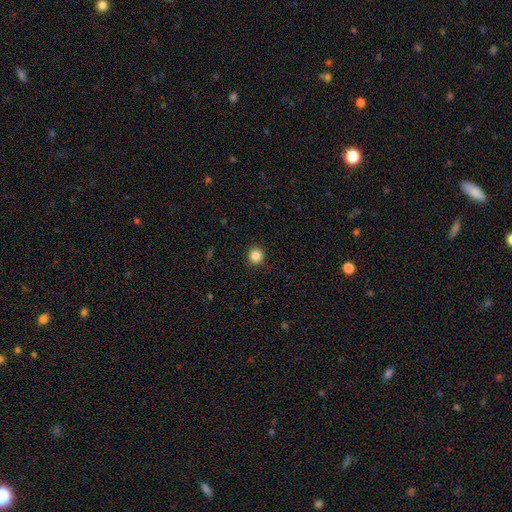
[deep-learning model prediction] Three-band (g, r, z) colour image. It shows a smooth galaxy with no disk features (85%) that is round (91%). Merging: none (91%).